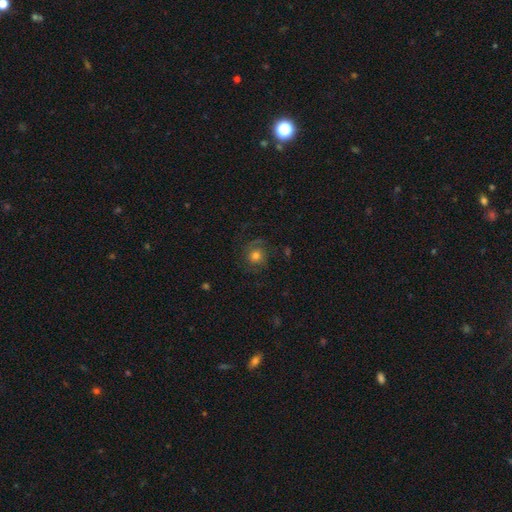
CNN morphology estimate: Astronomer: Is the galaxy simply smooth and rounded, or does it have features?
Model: featured or disk — 48% (runner-up: smooth, 40%).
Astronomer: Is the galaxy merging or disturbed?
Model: none — 72%.